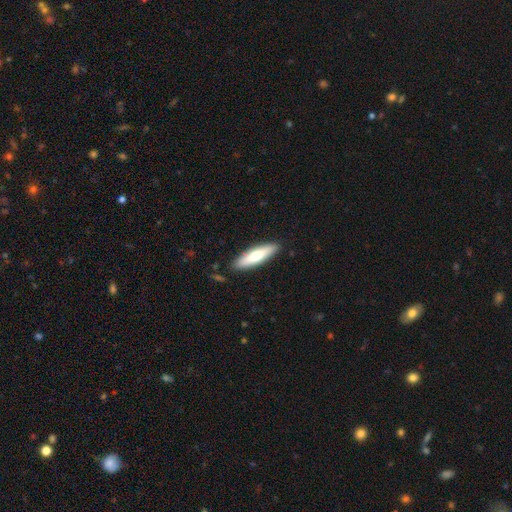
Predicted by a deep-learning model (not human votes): Smooth or featured? smooth (67%)
How rounded? cigar-shaped (66%)
Merging? none (88%)